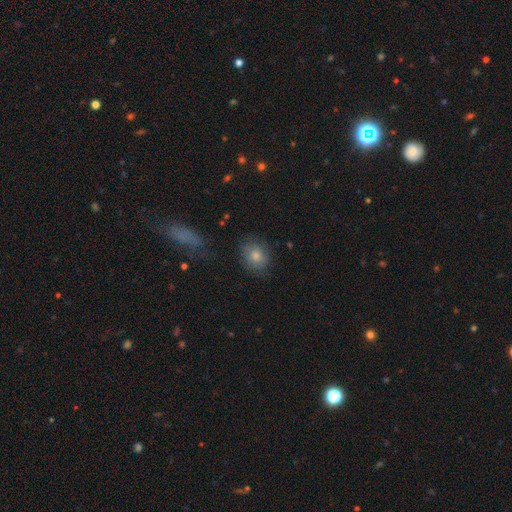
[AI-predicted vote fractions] smooth_or_featured: smooth (p=0.78) [alt: featured or disk p=0.13]
how_rounded: round (p=0.62) [alt: in between p=0.37]
merging: none (p=0.74) [alt: minor disturbance p=0.17]